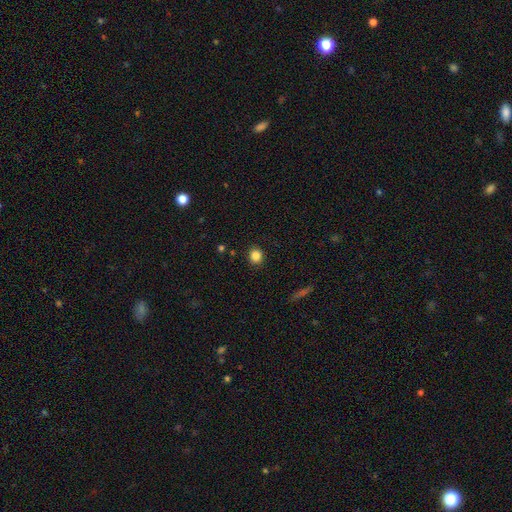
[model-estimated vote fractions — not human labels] Morphology: type=smooth (84%); roundness=round (85%); merging=none (90%).